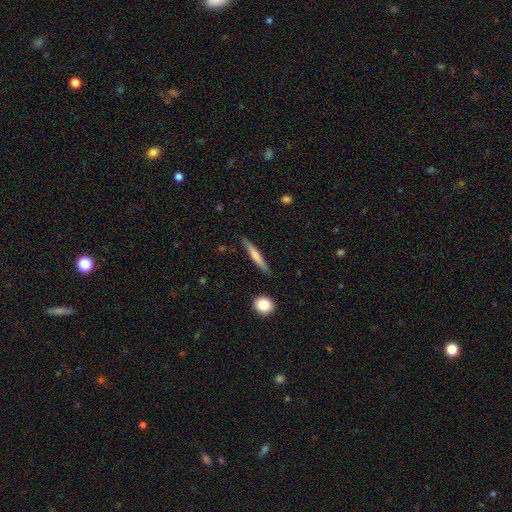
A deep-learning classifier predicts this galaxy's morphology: This appears to be a smooth galaxy with no disk features (60%) that is cigar-shaped (93%). Merging: none (85%).